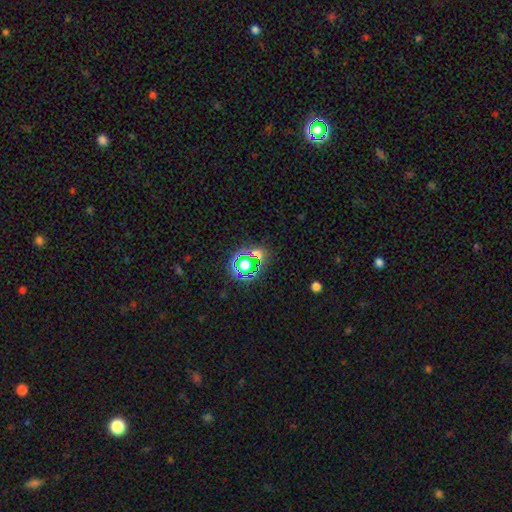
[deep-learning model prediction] Smooth or featured?
  - star or artifact: 51% *
  - smooth: 38%
  - featured or disk: 11%